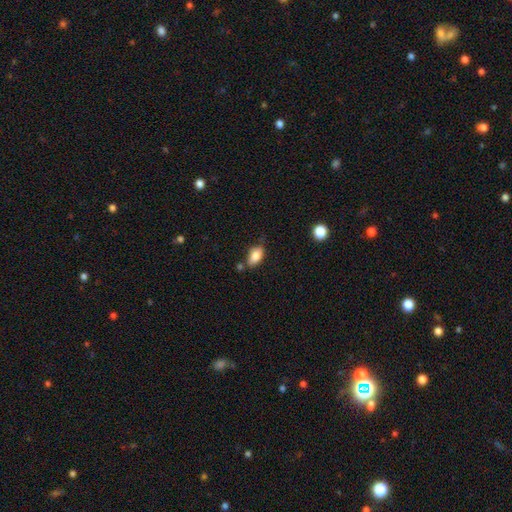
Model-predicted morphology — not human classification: Smooth or featured? smooth (82%)
How rounded? in between (90%)
Merging? none (68%)